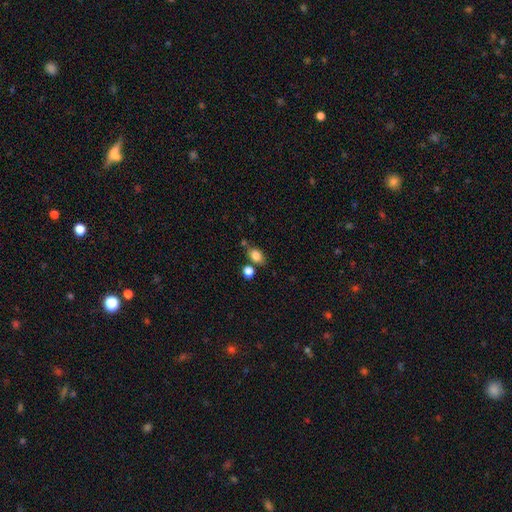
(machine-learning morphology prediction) Overall: smooth (82%). How rounded: in between (74%). Merging: none (67%).